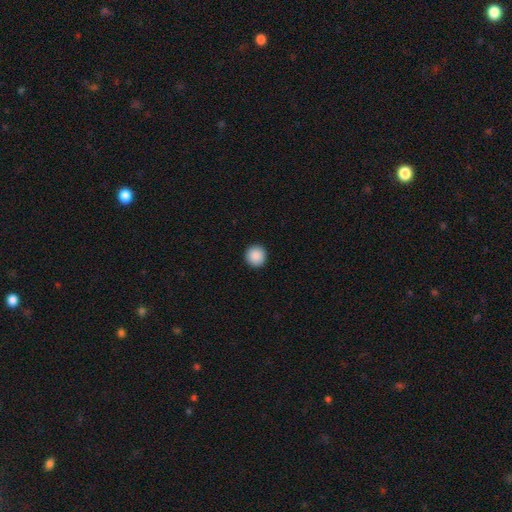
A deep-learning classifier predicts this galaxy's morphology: Q: Smooth or featured?
A: smooth (89%); runner-up: star or artifact (8%)
Q: How rounded?
A: round (94%); runner-up: in between (5%)
Q: Merging?
A: none (93%); runner-up: minor disturbance (4%)